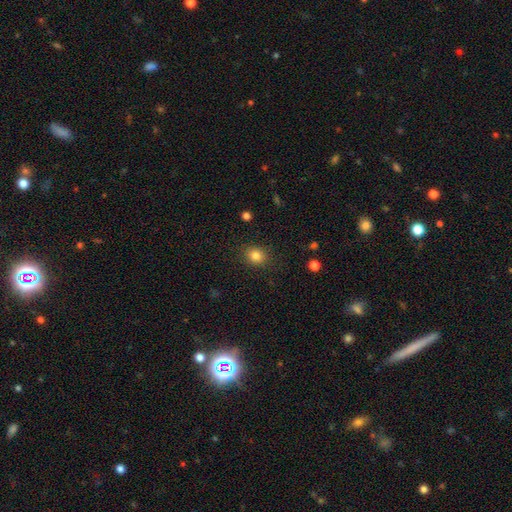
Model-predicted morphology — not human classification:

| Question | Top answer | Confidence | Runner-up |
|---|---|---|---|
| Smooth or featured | smooth | 84% | star or artifact (11%) |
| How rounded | round | 66% | in between (33%) |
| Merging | none | 87% | minor disturbance (9%) |